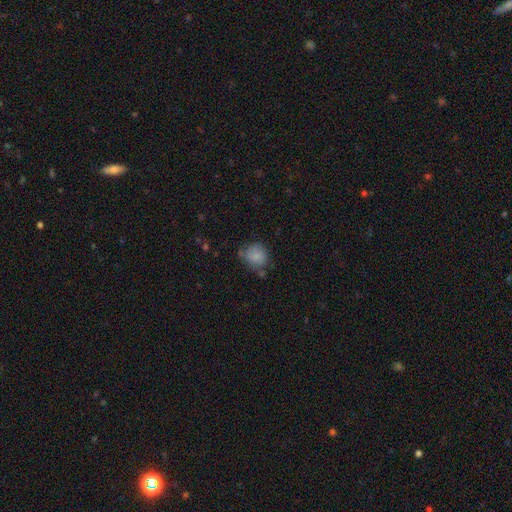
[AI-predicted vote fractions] Smooth or featured? smooth (81%)
How rounded? round (75%)
Merging? none (57%)